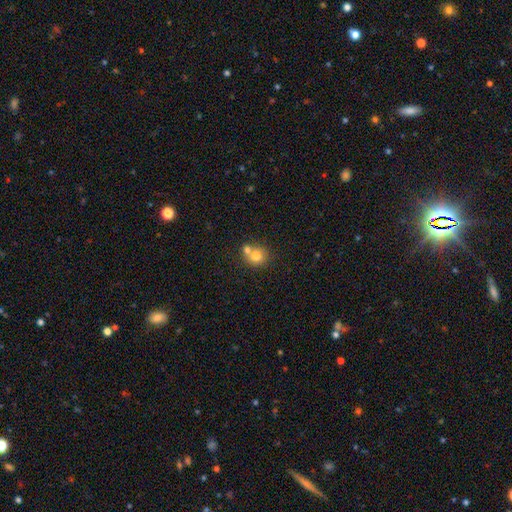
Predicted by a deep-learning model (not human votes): A smooth galaxy with no disk features (76%) that is round (84%).

Vote fractions:
- Smooth or featured? smooth: 76% / featured or disk: 13% / star or artifact: 10%
- How rounded? round: 84% / in between: 15% / cigar-shaped: 1%
- Merging? merger: 46% / none: 44% / minor disturbance: 7% / major disturbance: 2%